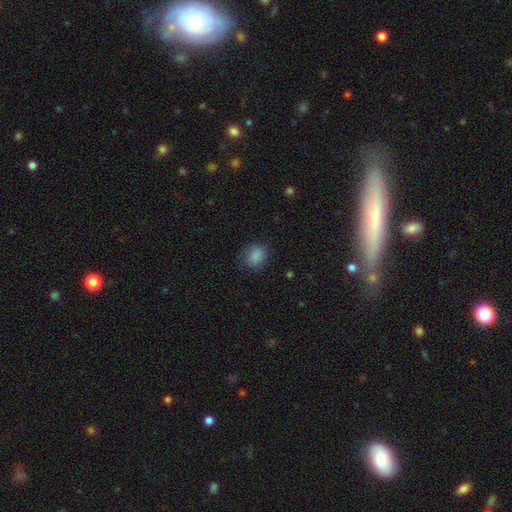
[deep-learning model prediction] Smooth or featured? Predicted: smooth (p=0.86). How rounded? Predicted: round (p=0.61). Merging? Predicted: none (p=0.74).